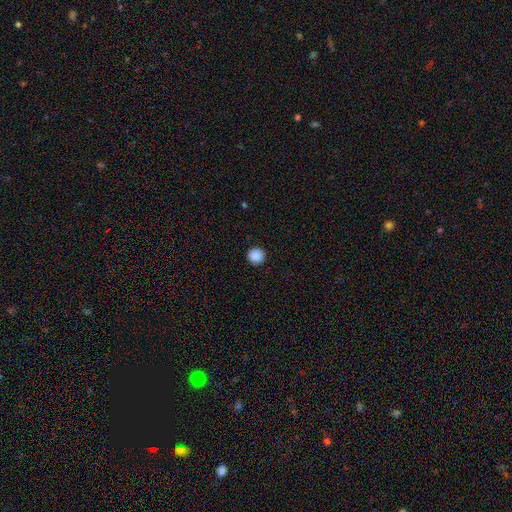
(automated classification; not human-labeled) smooth-or-featured: smooth: 89% | star or artifact: 9% | featured or disk: 2%
  how-rounded: round: 93% | in between: 6% | cigar-shaped: 1%
  merging: none: 93% | minor disturbance: 5% | major disturbance: 2% | merger: 1%